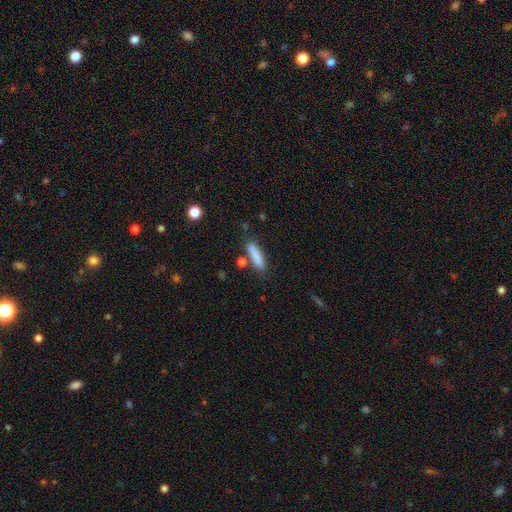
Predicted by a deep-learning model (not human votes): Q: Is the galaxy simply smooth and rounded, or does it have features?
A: smooth — 84%.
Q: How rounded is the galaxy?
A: cigar-shaped — 72%.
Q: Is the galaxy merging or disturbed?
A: none — 78%.